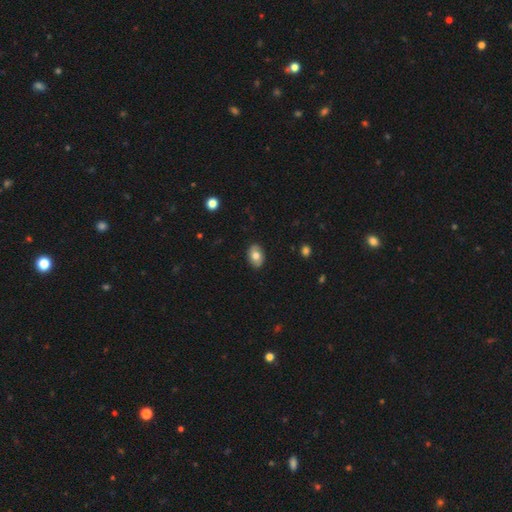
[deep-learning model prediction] Smooth or featured? Predicted: smooth (p=0.77). How rounded? Predicted: in between (p=0.86). Merging? Predicted: none (p=0.88).